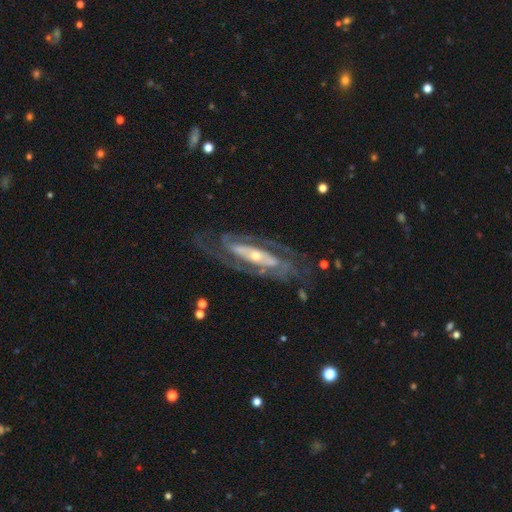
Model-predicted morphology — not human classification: This appears to be a featured or disk galaxy (88%) with no bar (42%), 2 (71%) tight (52%) spiral arms (91%) and a small central bulge (57%). Merging: none (75%).